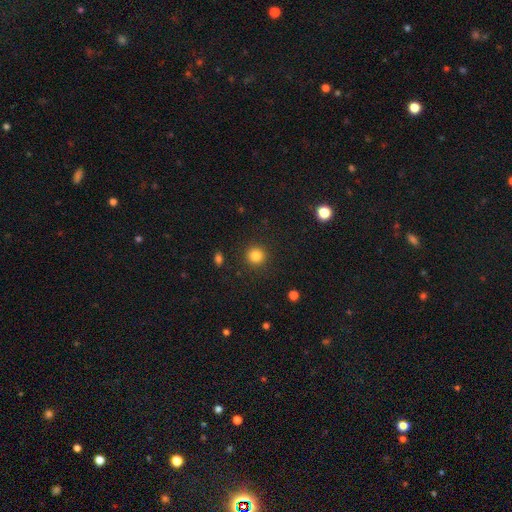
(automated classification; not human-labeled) Overall: smooth (83%). How rounded: round (94%). Merging: none (91%).